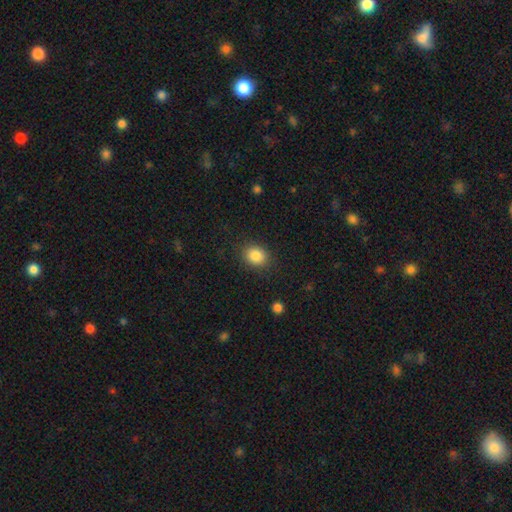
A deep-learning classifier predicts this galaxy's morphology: A smooth galaxy with no disk features (85%) that is round (51%).

Vote fractions:
- Smooth or featured? smooth: 85% / star or artifact: 9% / featured or disk: 5%
- How rounded? round: 51% / in between: 48% / cigar-shaped: 1%
- Merging? none: 86% / minor disturbance: 10% / major disturbance: 3% / merger: 1%